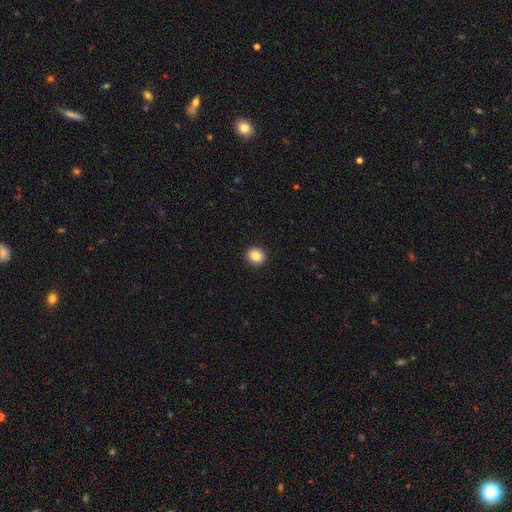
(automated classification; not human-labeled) A smooth galaxy with no disk features (86%) that is round (78%). Merging: none (93%).